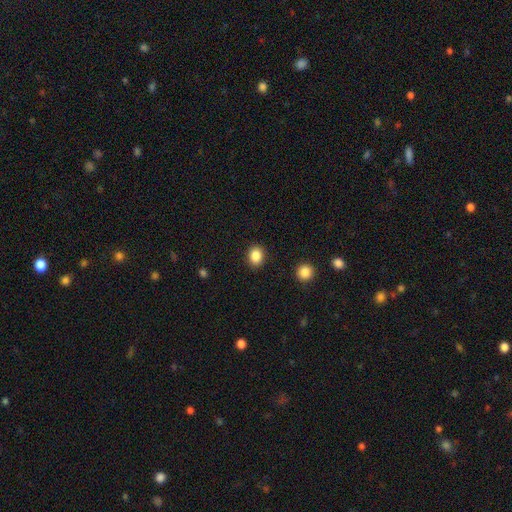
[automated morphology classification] The model was most divided on "how rounded": round: 55%, in between: 44%, cigar-shaped: 1%. More confident: merging — none (89%); smooth or featured — smooth (87%).